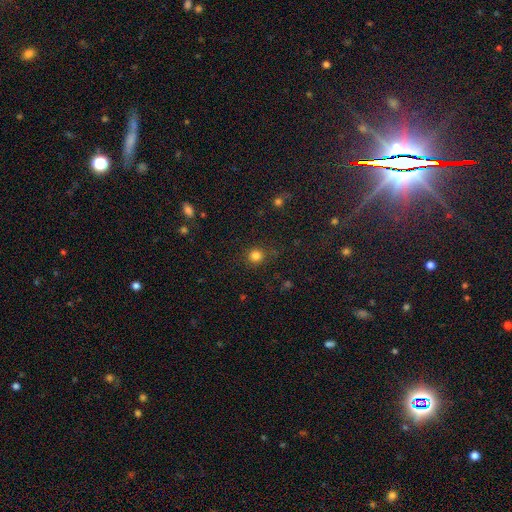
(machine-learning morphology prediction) type=smooth (82%); roundness=round (92%); merging=none (85%).